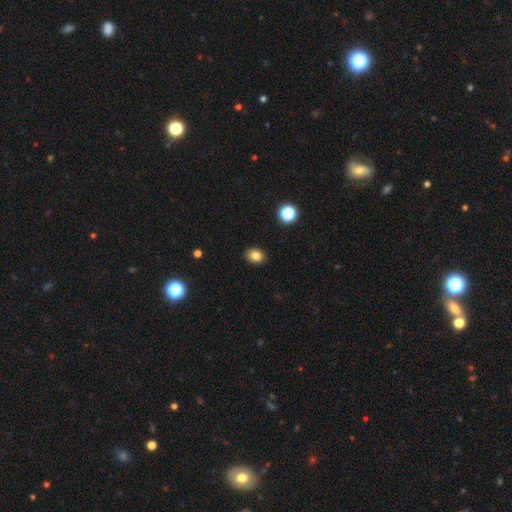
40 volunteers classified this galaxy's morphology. Smooth or featured? 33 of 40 (82%) said smooth. How rounded? 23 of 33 (70%) said in between. Merging? 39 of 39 (100%) said none.